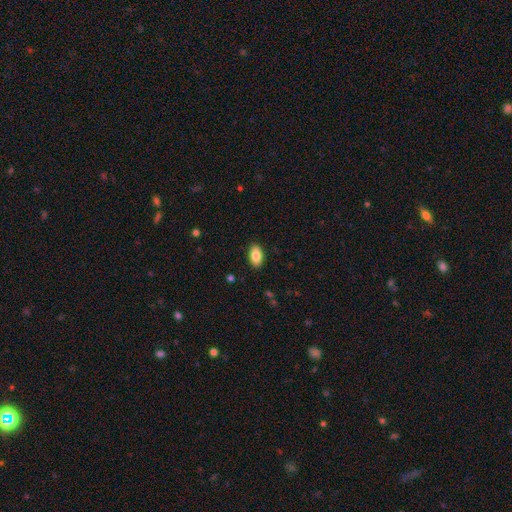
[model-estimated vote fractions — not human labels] Morphology: type=smooth (85%); roundness=in between (93%); merging=none (90%).